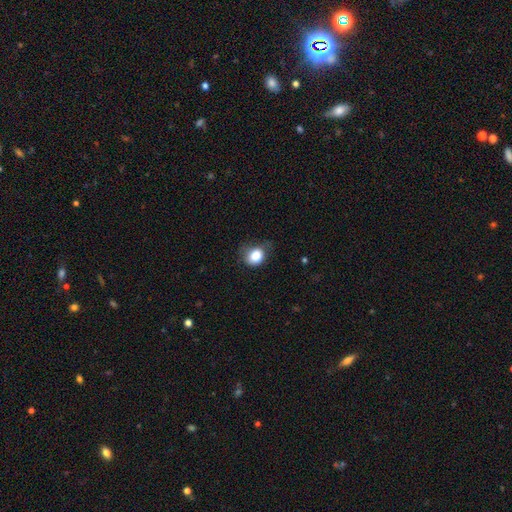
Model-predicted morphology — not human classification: smooth_or_featured: smooth (p=0.83) [alt: star or artifact p=0.09]
how_rounded: round (p=0.61) [alt: in between p=0.38]
merging: none (p=0.54) [alt: minor disturbance p=0.33]